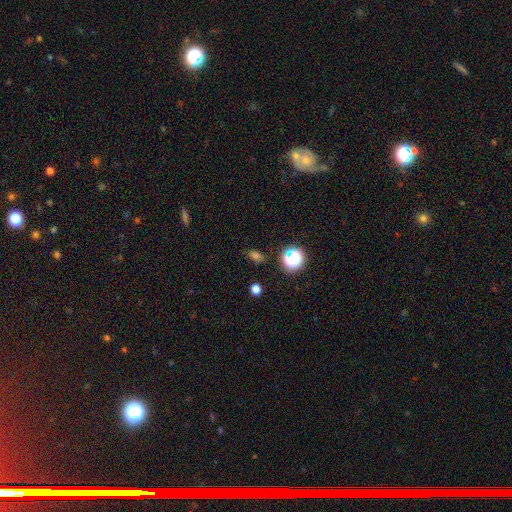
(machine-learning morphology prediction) This appears to be a smooth galaxy with no disk features (62%) that is in between round and cigar-shaped (63%). Merging: none (81%).